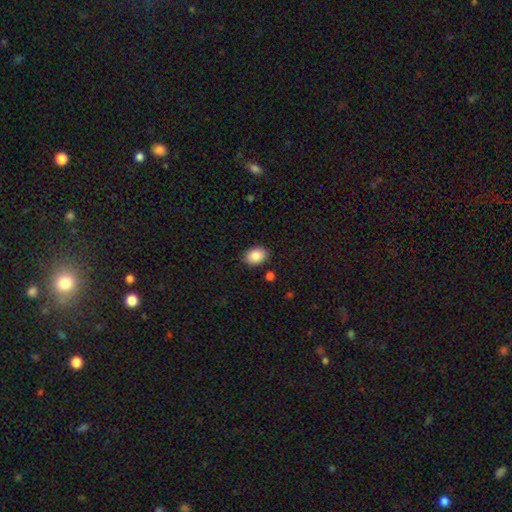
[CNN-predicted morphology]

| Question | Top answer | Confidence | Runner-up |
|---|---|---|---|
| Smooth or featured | smooth | 87% | star or artifact (7%) |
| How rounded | in between | 75% | round (24%) |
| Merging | none | 87% | minor disturbance (9%) |